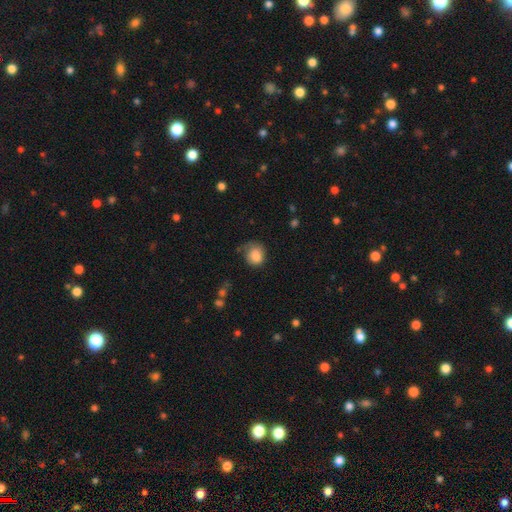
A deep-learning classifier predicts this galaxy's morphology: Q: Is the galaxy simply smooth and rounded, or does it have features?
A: smooth — 83%.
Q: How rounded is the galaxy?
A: round — 72%.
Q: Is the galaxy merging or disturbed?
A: none — 52%.